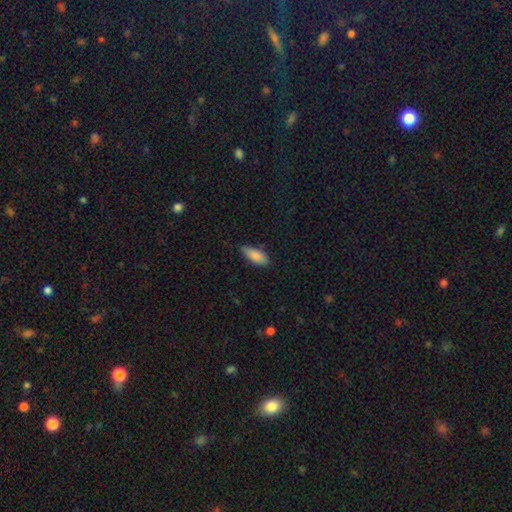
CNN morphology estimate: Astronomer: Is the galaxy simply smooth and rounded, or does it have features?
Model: smooth — 85%.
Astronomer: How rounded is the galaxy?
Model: in between — 78%.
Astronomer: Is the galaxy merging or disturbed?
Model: none — 75%.